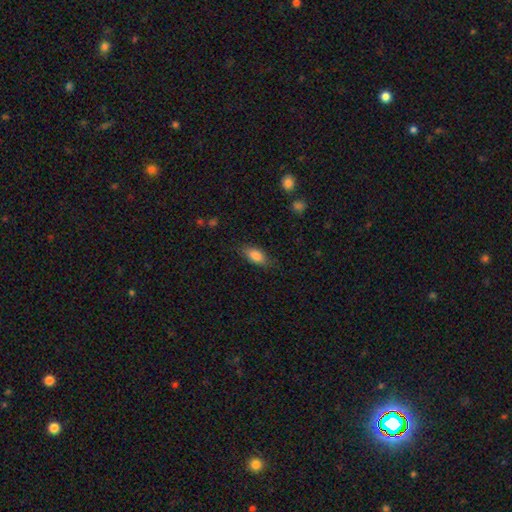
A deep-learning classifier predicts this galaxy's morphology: smooth 82%, featured or disk 10%, star or artifact 8%. Down the decision tree: how rounded — in between (83%); merging — none (77%).